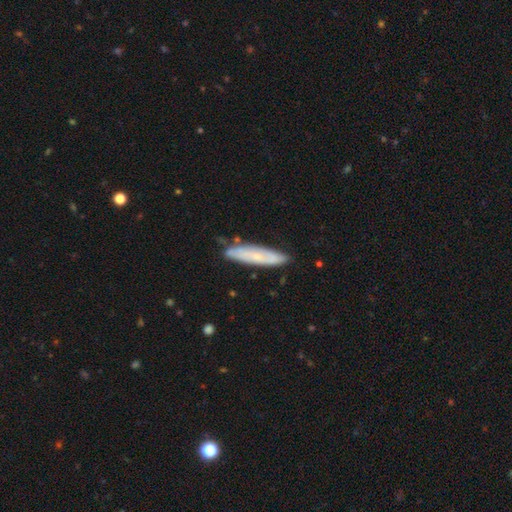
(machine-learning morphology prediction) Smooth or featured? Predicted: smooth (p=0.50). How rounded? Predicted: cigar-shaped (p=0.82). Merging? Predicted: none (p=0.81).